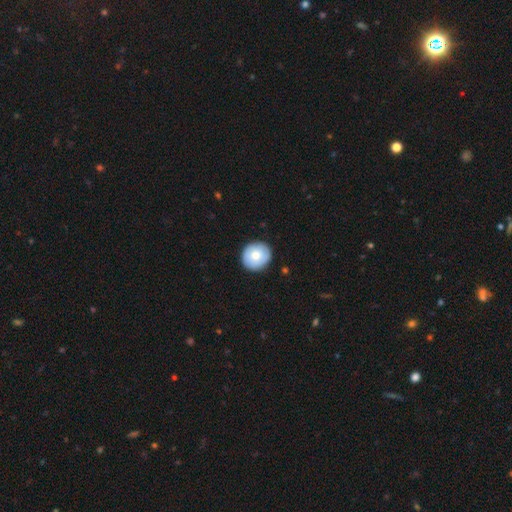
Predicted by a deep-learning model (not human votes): Q: Smooth or featured?
A: smooth (71%); runner-up: featured or disk (22%)
Q: How rounded?
A: round (86%); runner-up: in between (13%)
Q: Merging?
A: none (88%); runner-up: minor disturbance (9%)